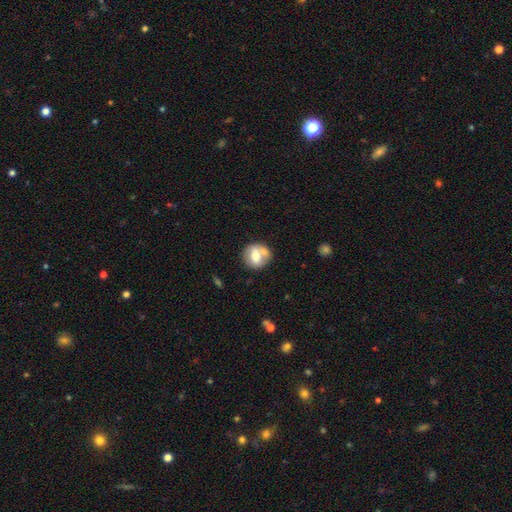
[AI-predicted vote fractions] A smooth galaxy with no disk features (63%) that is round (77%).

Vote fractions:
- Smooth or featured? smooth: 63% / featured or disk: 29% / star or artifact: 8%
- How rounded? round: 77% / in between: 22% / cigar-shaped: 2%
- Merging? none: 52% / merger: 29% / minor disturbance: 14% / major disturbance: 5%